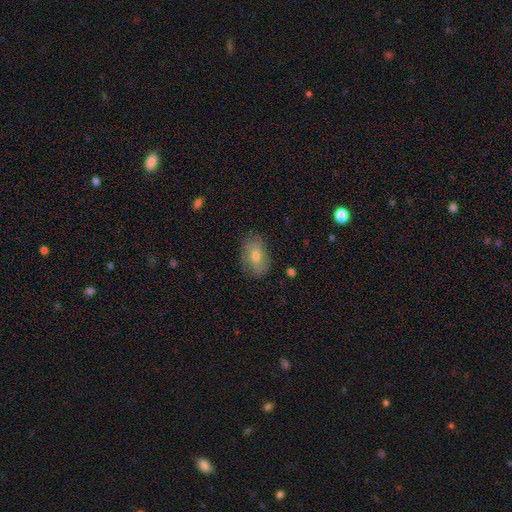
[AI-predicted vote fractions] This is possibly a smooth galaxy (56%). How rounded: clearly in between (83%). Merging: clearly none (81%).